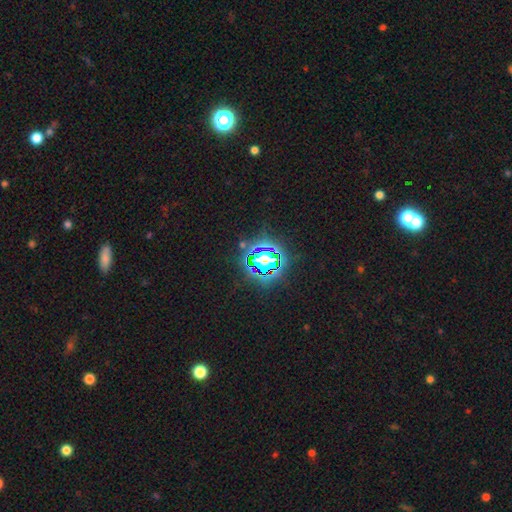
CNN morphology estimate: A star or artifact, not a galaxy (80%).

Vote fractions:
- Smooth or featured? star or artifact: 80% / smooth: 13% / featured or disk: 8%